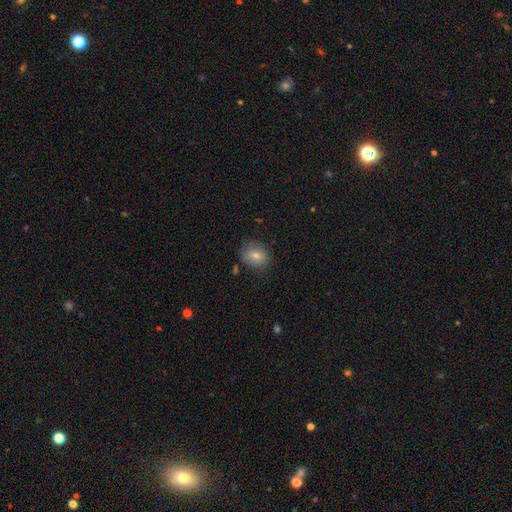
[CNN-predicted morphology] type=smooth (76%); roundness=round (61%); merging=none (78%).